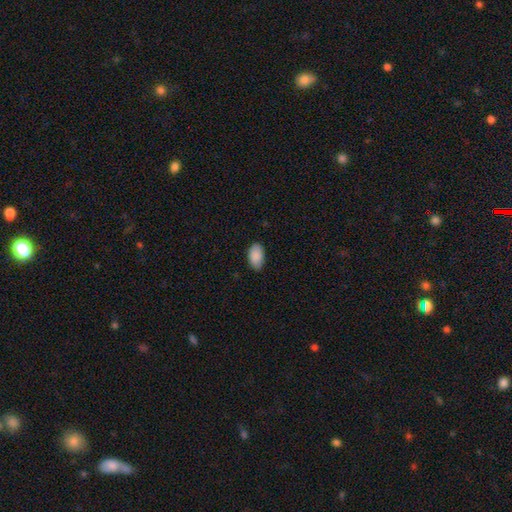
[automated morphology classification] smooth-or-featured: smooth: 88% | star or artifact: 7% | featured or disk: 5%
  how-rounded: in between: 93% | round: 6% | cigar-shaped: 1%
  merging: none: 78% | minor disturbance: 18% | major disturbance: 3% | merger: 1%